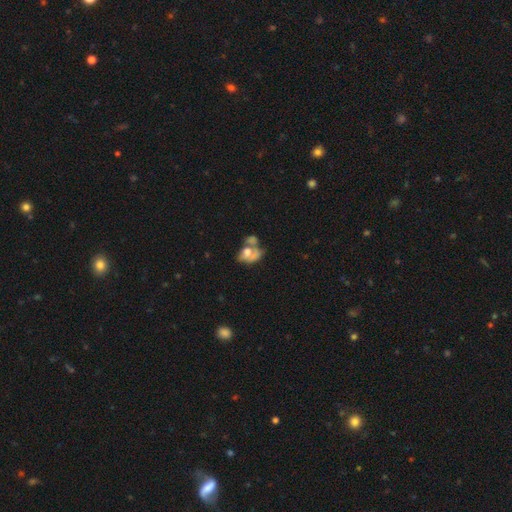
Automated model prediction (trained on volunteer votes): Smooth or featured? Predicted: smooth (p=0.43). Merging? Predicted: merger (p=0.52).